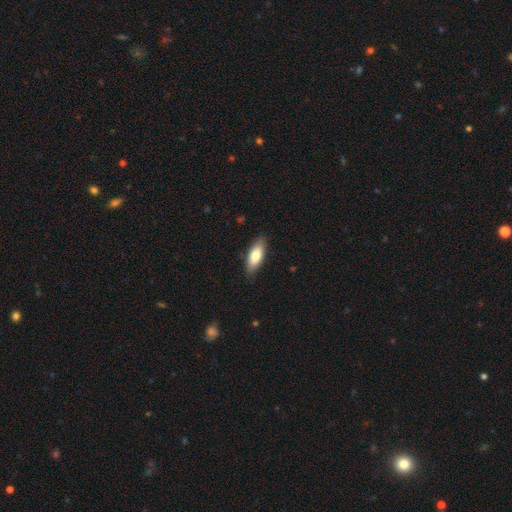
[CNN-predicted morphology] Overall: smooth (77%). How rounded: in between (75%). Merging: none (84%).